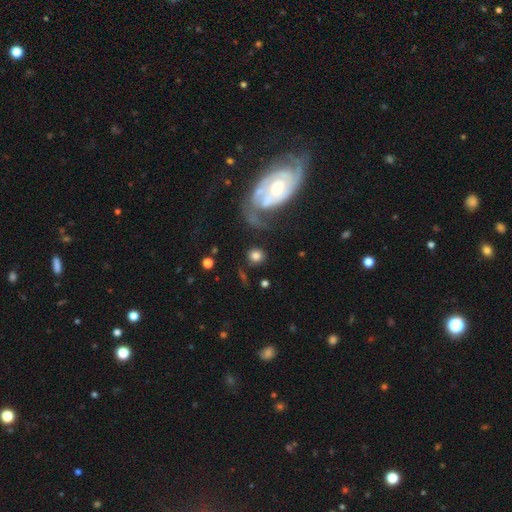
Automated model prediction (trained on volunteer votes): smooth-or-featured: smooth: 75% | featured or disk: 16% | star or artifact: 9%
  how-rounded: round: 83% | in between: 16% | cigar-shaped: 2%
  merging: none: 72% | minor disturbance: 11% | major disturbance: 9% | merger: 7%